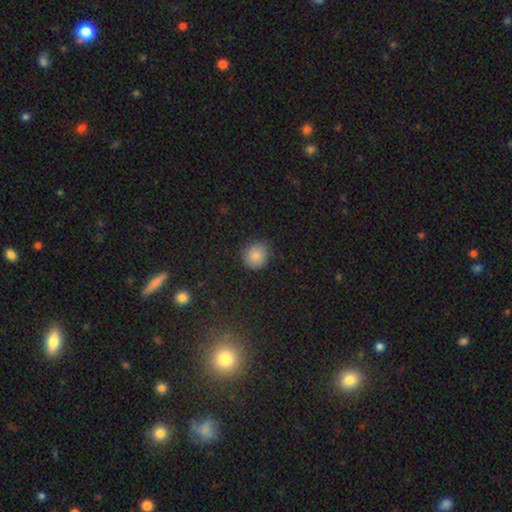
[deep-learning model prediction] This is clearly a smooth galaxy (82%). How rounded: clearly round (83%). Merging: clearly none (81%).